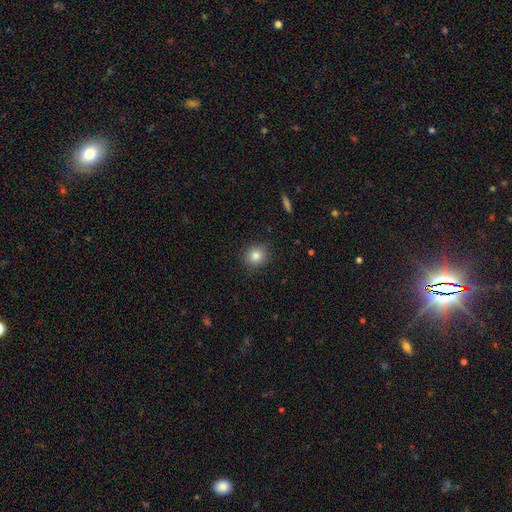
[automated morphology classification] type=smooth (84%); roundness=round (86%); merging=none (88%).